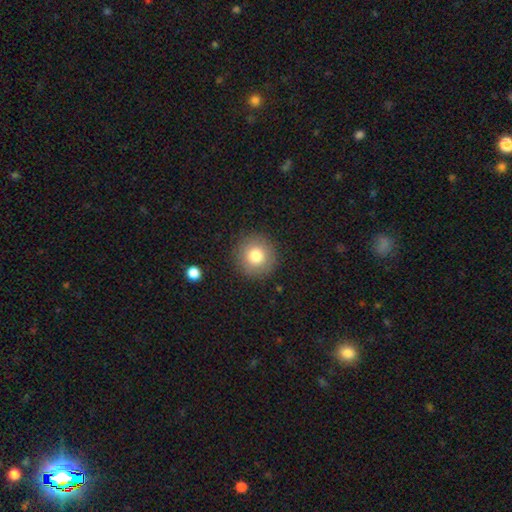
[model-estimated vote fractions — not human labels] smooth_or_featured: smooth (p=0.80) [alt: featured or disk p=0.11]
how_rounded: round (p=0.95) [alt: in between p=0.04]
merging: none (p=0.90) [alt: minor disturbance p=0.07]